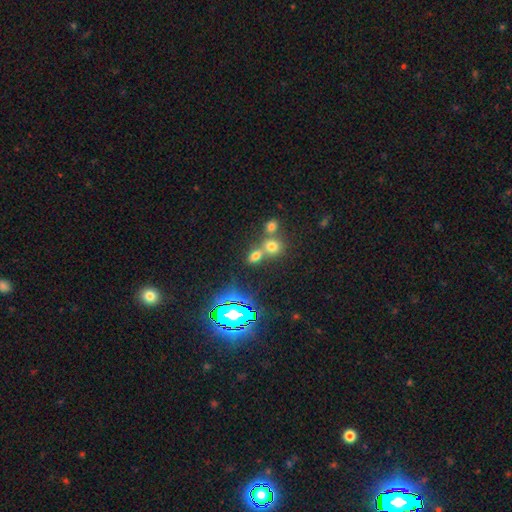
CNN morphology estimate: Smooth or featured: smooth — 61% (star or artifact — 28%)
How rounded: round — 53% (in between — 44%)
Merging: merger — 45% (none — 44%)